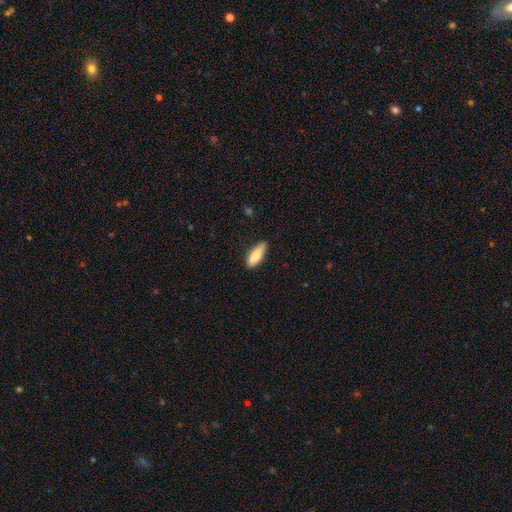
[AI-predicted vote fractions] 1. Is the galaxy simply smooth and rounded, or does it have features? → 85% smooth, 9% featured or disk, 6% star or artifact.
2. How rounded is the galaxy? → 62% in between, 36% cigar-shaped, 2% round.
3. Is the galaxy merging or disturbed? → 80% none, 16% minor disturbance, 2% major disturbance, 1% merger.